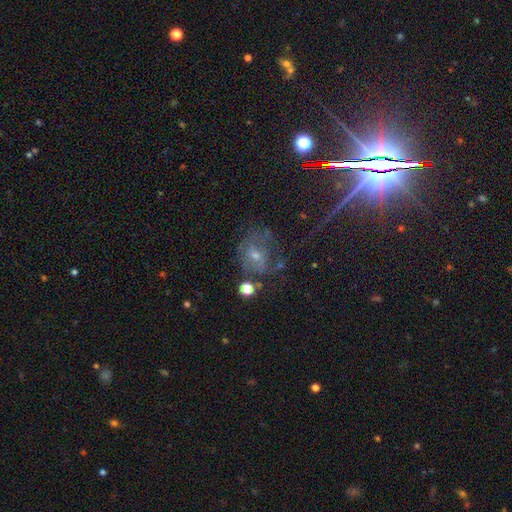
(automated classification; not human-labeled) The model was most divided on "merging": none: 42%, major disturbance: 30%, minor disturbance: 22%, merger: 7%. Remaining: smooth or featured — featured or disk (46%).